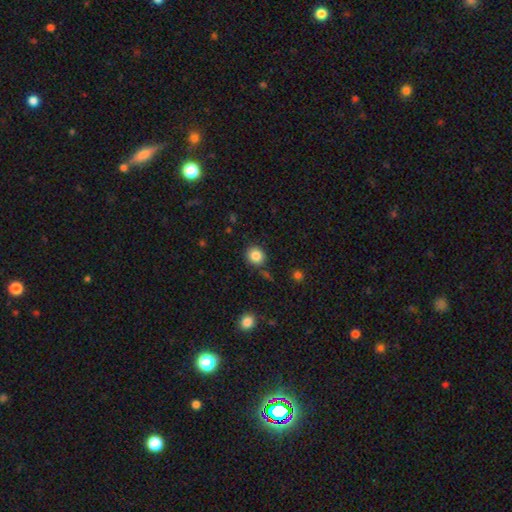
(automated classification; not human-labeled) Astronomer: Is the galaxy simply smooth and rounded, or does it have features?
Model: smooth — 85%.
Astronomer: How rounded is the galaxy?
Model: round — 87%.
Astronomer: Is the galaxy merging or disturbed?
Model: none — 85%.